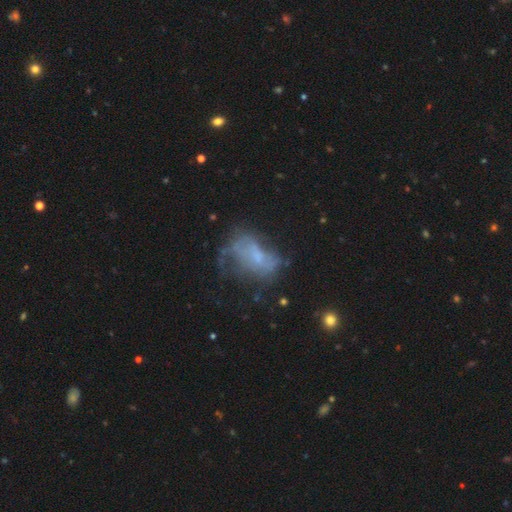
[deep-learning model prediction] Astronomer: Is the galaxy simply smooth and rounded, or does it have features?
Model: featured or disk — 52% (runner-up: smooth, 31%).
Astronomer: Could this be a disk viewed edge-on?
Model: no — 95%.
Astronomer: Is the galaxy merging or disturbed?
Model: major disturbance — 36% (runner-up: none, 35%).